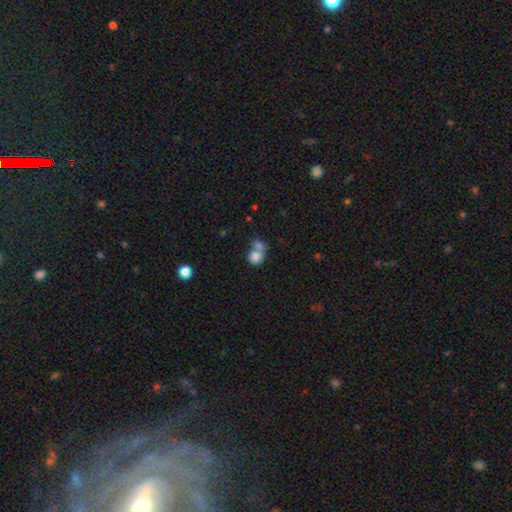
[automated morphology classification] smooth 82%, star or artifact 9%, featured or disk 9%. Down the decision tree: how rounded — round (77%); merging — merger (54%).